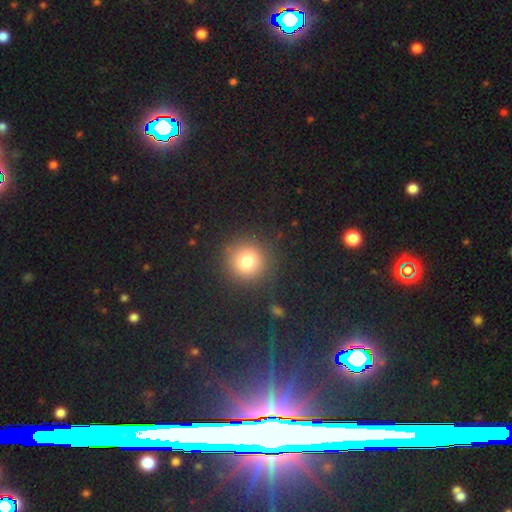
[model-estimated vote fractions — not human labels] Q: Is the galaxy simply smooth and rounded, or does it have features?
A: smooth — 60%.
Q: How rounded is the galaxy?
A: round — 94%.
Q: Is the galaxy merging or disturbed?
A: none — 91%.